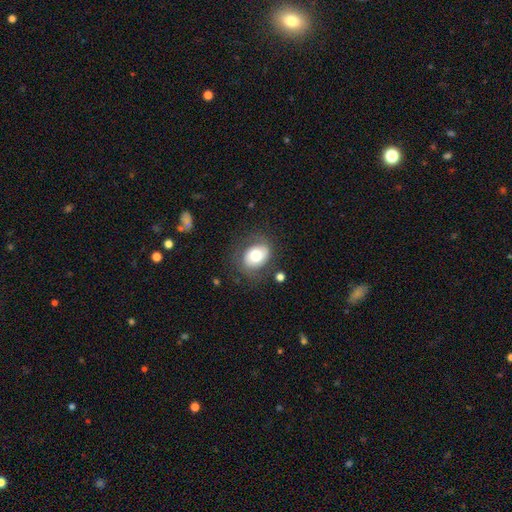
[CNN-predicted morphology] Q: Smooth or featured?
A: smooth (66%); runner-up: featured or disk (25%)
Q: How rounded?
A: in between (58%); runner-up: round (41%)
Q: Merging?
A: none (69%); runner-up: minor disturbance (19%)